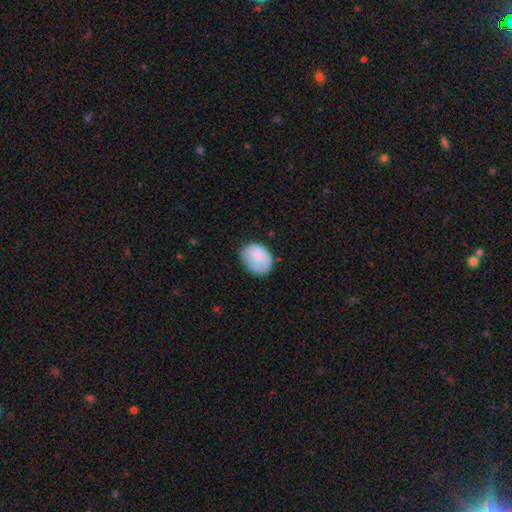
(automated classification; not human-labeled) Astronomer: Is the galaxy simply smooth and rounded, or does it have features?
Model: smooth — 77%.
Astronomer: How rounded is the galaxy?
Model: in between — 65%.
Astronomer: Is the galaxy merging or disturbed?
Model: none — 67%.